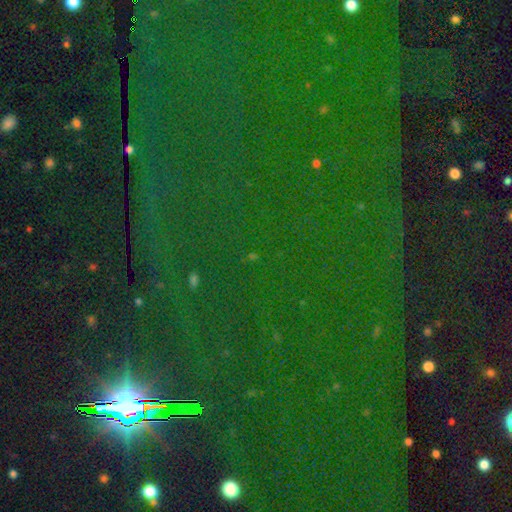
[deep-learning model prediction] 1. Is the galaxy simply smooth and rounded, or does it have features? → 84% star or artifact, 8% smooth, 7% featured or disk.